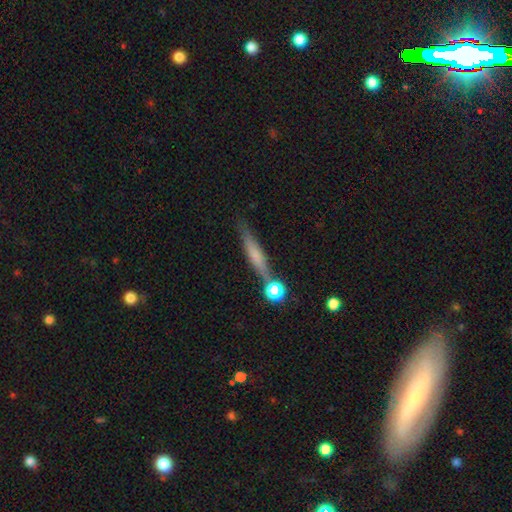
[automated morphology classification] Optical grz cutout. It shows a smooth galaxy with no disk features (56%) that is cigar-shaped (87%). Merging: none (72%).